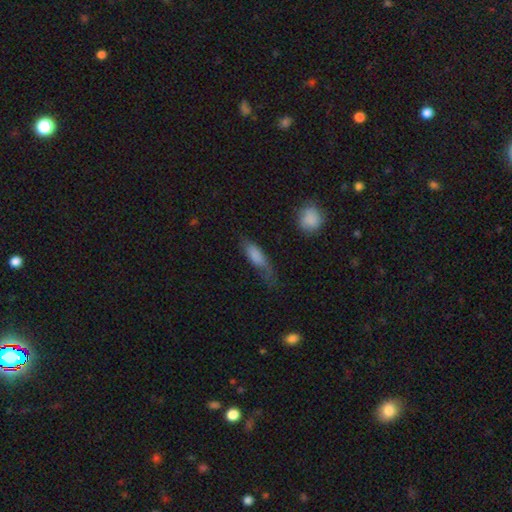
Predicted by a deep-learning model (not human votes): Q: Smooth or featured?
A: smooth (75%); runner-up: featured or disk (18%)
Q: How rounded?
A: in between (62%); runner-up: cigar-shaped (35%)
Q: Merging?
A: none (42%); runner-up: minor disturbance (31%)